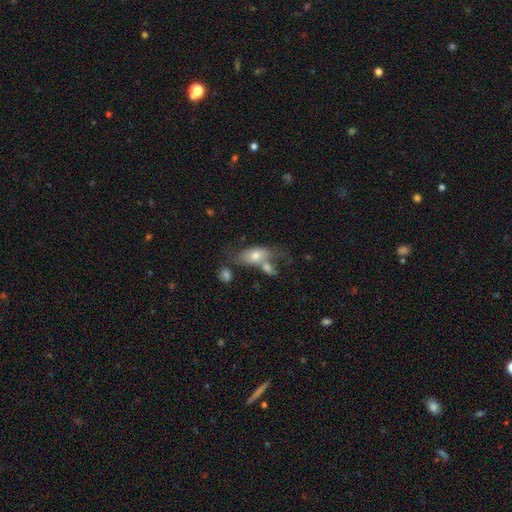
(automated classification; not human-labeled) smooth_or_featured: smooth (p=0.63) [alt: featured or disk p=0.28]
how_rounded: in between (p=0.86) [alt: cigar-shaped p=0.08]
merging: merger (p=0.39) [alt: none p=0.32]